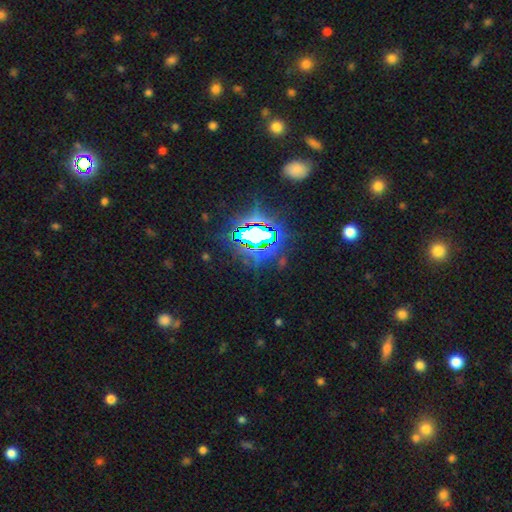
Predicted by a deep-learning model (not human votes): This is clearly a star or artifact rather than a galaxy (81%).